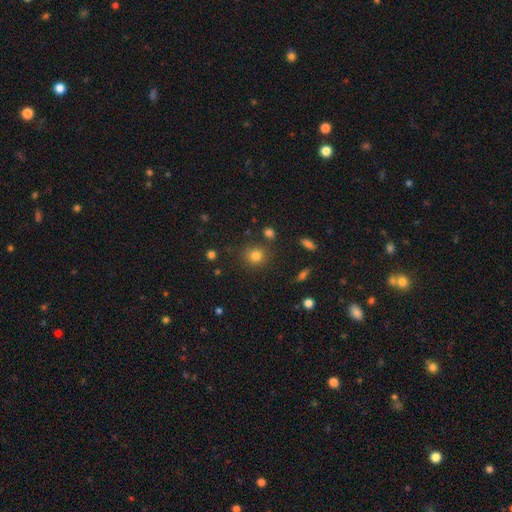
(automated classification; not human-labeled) The model was most divided on "smooth or featured": smooth: 81%, star or artifact: 13%, featured or disk: 6%. More confident: how rounded — round (87%); merging — none (82%).